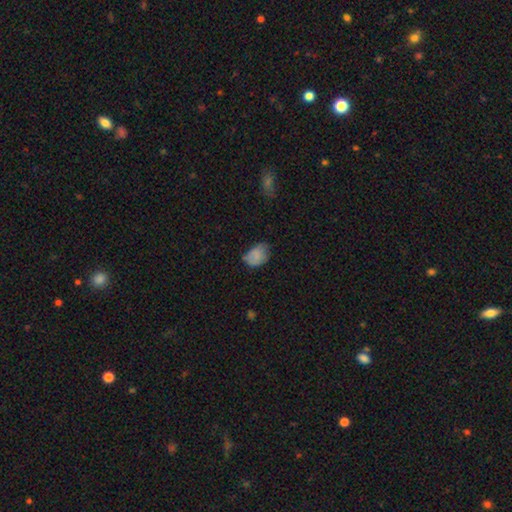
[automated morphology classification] The model was most divided on "merging": none: 45%, minor disturbance: 42%, major disturbance: 11%, merger: 2%. More confident: smooth or featured — smooth (79%); how rounded — in between (76%).